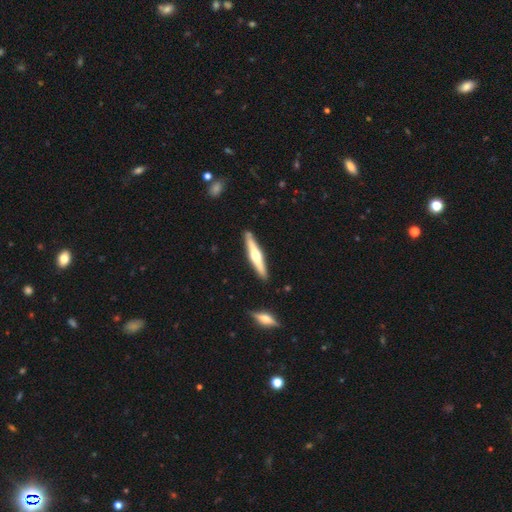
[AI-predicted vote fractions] Smooth or featured?
  - featured or disk: 65% *
  - smooth: 31%
  - star or artifact: 5%
Edge-on disk?
  - yes: 97% *
  - no: 3%
Edge-on bulge?
  - rounded: 91% *
  - boxy: 5%
  - none: 4%
Merging?
  - none: 89% *
  - minor disturbance: 8%
  - merger: 2%
  - major disturbance: 1%